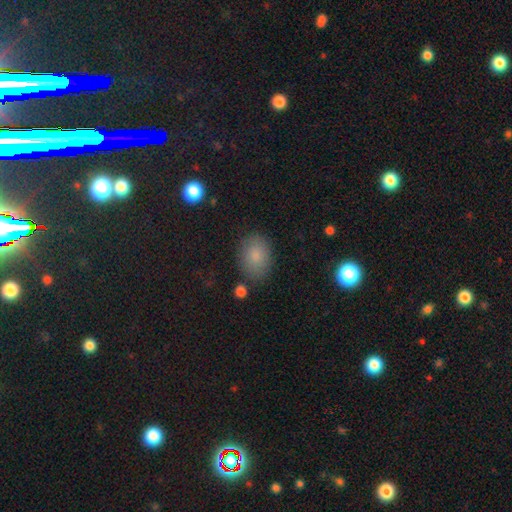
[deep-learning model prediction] smooth_or_featured: smooth (p=0.84) [alt: star or artifact p=0.09]
how_rounded: in between (p=0.72) [alt: round p=0.27]
merging: none (p=0.80) [alt: minor disturbance p=0.13]